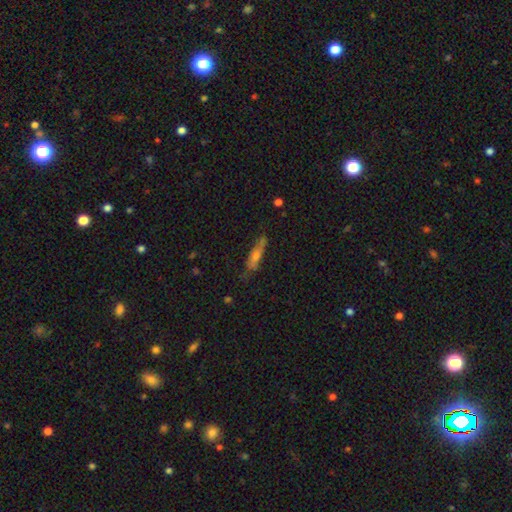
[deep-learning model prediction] A featured or disk galaxy (46%). Merging: none (69%).